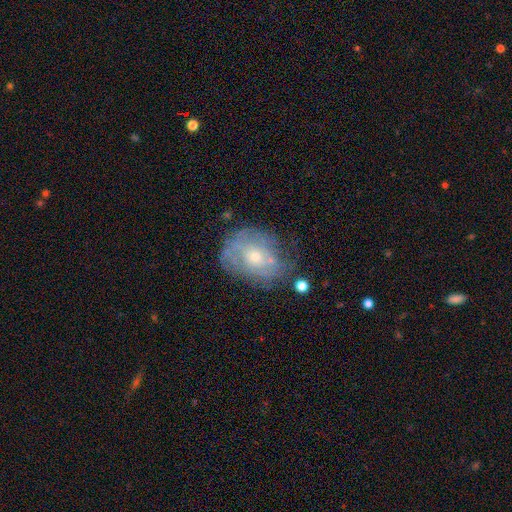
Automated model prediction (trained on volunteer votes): Smooth or featured?
  - featured or disk: 57% *
  - smooth: 28%
  - star or artifact: 16%
Edge-on disk?
  - no: 96% *
  - yes: 4%
Bar?
  - no: 71% *
  - weak: 24%
  - strong: 5%
Spiral arms?
  - yes: 62% *
  - no: 38%
Bulge size?
  - moderate: 54% *
  - small: 40%
  - large: 3%
  - none: 2%
  - dominant: 1%
Merging?
  - none: 63% *
  - minor disturbance: 23%
  - major disturbance: 10%
  - merger: 3%